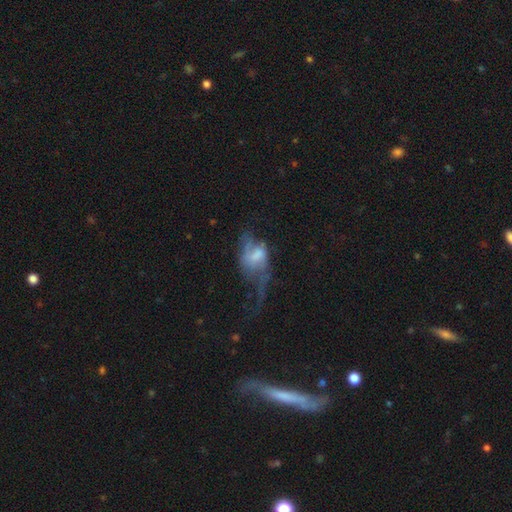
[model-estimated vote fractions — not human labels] Morphology: type=featured or disk (46%); merging=major disturbance (63%).